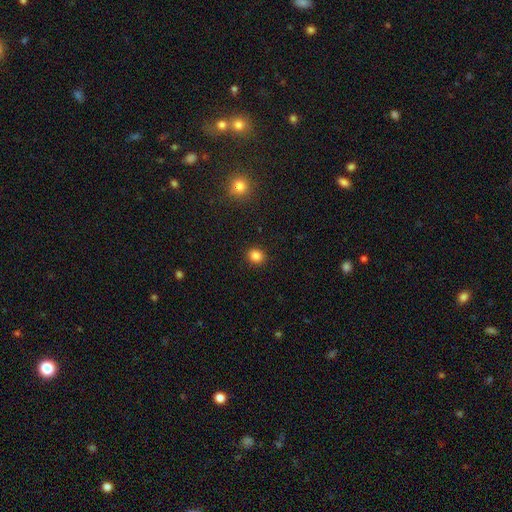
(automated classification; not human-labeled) smooth 85%, star or artifact 12%, featured or disk 4%. Down the decision tree: how rounded — round (75%); merging — none (91%).